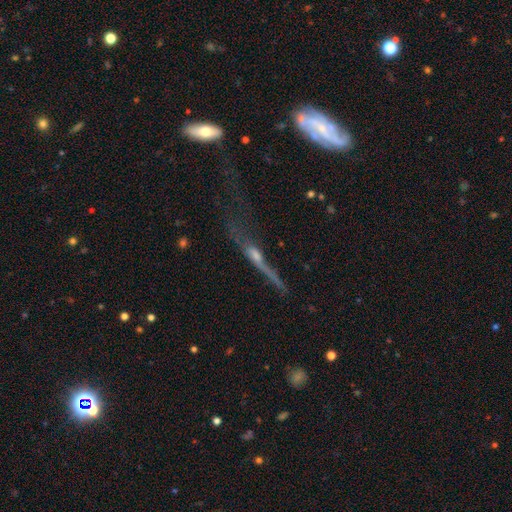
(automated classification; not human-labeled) Morphology: type=featured or disk (60%); edge-on=yes (79%); merging=major disturbance (39%).